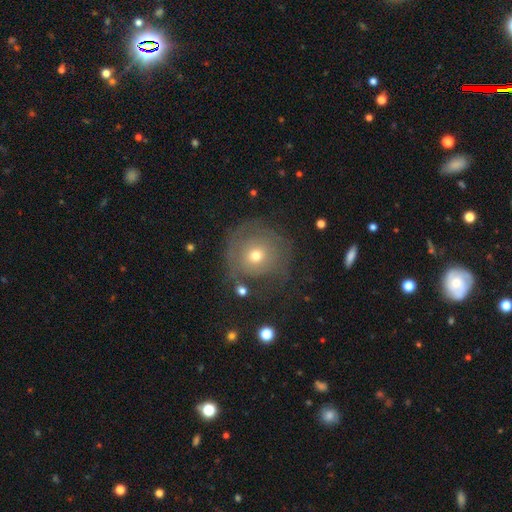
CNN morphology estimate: Smooth or featured: smooth — 49% (featured or disk — 39%)
Merging: none — 58% (minor disturbance — 20%)